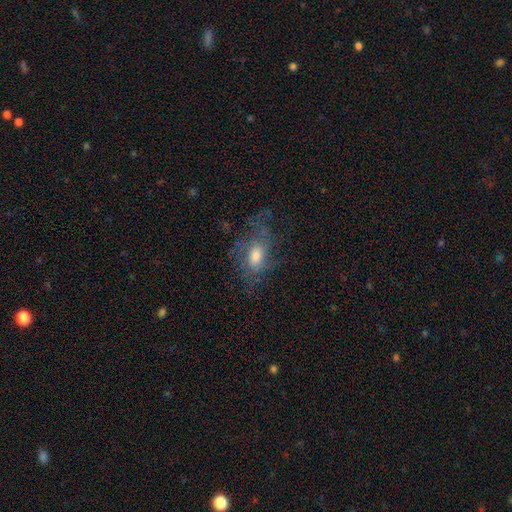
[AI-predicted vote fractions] Smooth or featured: featured or disk — 53% (smooth — 35%)
Edge-on disk: no — 92% (yes — 8%)
Merging: none — 53% (major disturbance — 24%)